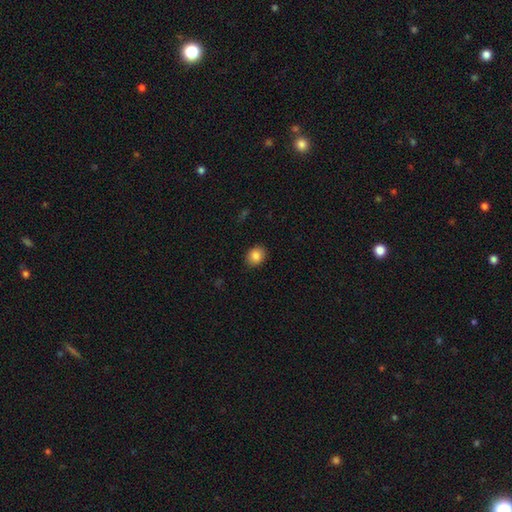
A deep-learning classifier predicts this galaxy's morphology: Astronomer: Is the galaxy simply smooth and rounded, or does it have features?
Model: smooth — 86%.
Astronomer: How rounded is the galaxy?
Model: in between — 54% (runner-up: round, 45%).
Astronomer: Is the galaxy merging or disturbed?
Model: none — 87%.